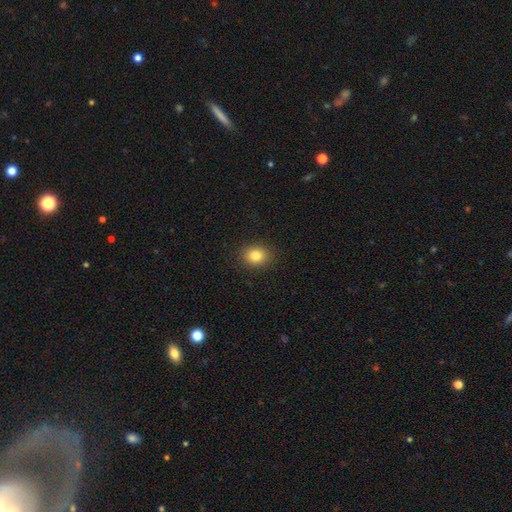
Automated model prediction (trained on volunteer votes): Smooth or featured? smooth (83%)
How rounded? round (63%)
Merging? none (90%)